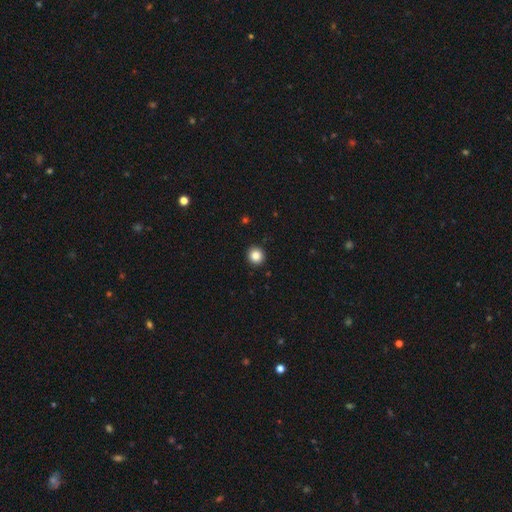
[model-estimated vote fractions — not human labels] A smooth galaxy with no disk features (85%) that is round (92%). Merging: none (92%).